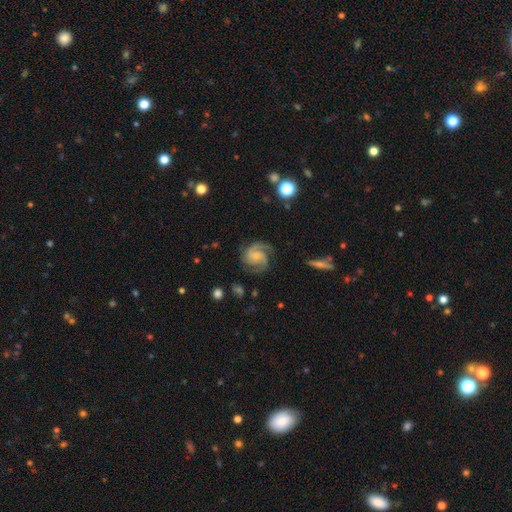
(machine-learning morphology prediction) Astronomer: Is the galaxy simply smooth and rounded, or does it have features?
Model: featured or disk — 90%.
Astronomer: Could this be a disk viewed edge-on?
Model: no — 98%.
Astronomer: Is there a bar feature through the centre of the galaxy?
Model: no — 66%.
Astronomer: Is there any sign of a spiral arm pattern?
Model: yes — 98%.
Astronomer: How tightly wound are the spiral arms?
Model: medium — 51% (runner-up: tight, 39%).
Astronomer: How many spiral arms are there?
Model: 2 — 65%.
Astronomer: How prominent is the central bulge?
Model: small — 64%.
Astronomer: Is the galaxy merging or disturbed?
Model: none — 76%.